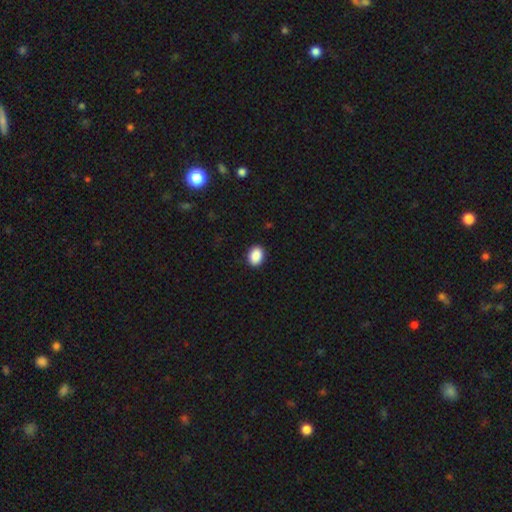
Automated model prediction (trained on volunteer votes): smooth-or-featured: smooth: 90% | star or artifact: 8% | featured or disk: 2%
  how-rounded: in between: 67% | round: 32% | cigar-shaped: 1%
  merging: none: 90% | minor disturbance: 7% | major disturbance: 2% | merger: 1%